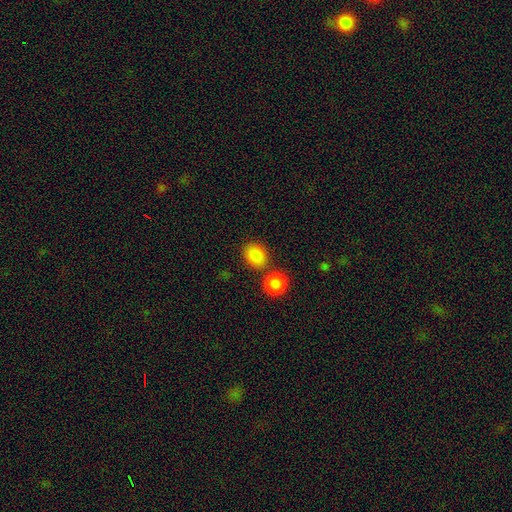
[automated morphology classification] smooth-or-featured: smooth: 86% | star or artifact: 9% | featured or disk: 4%
  how-rounded: round: 52% | in between: 47% | cigar-shaped: 1%
  merging: none: 69% | merger: 19% | minor disturbance: 9% | major disturbance: 3%